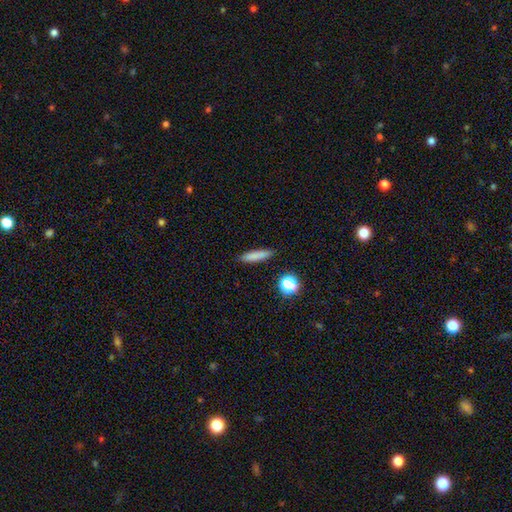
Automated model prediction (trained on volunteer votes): Q: Smooth or featured?
A: smooth (80%); runner-up: star or artifact (10%)
Q: How rounded?
A: cigar-shaped (82%); runner-up: in between (15%)
Q: Merging?
A: none (88%); runner-up: minor disturbance (8%)